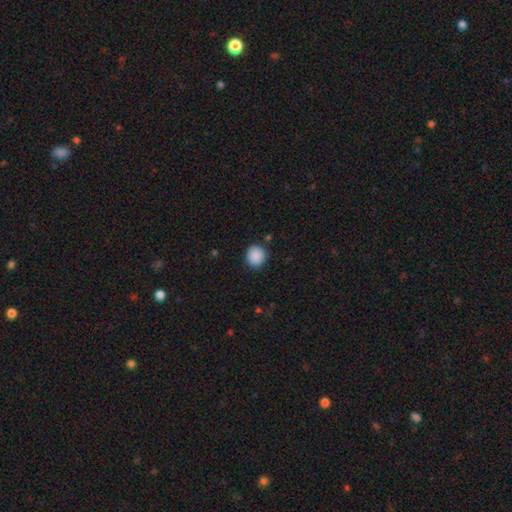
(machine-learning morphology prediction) This is clearly a smooth galaxy (89%). How rounded: clearly round (87%). Merging: clearly none (89%).